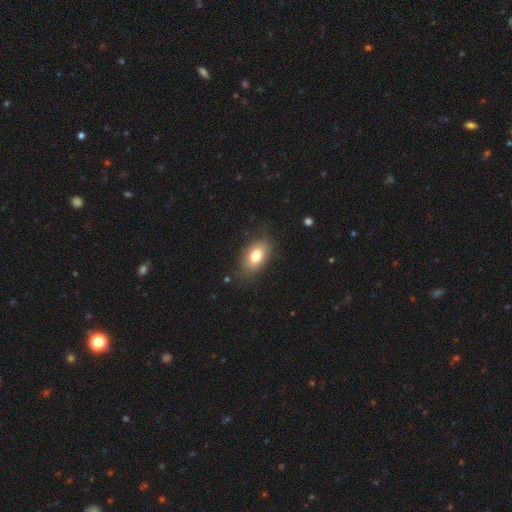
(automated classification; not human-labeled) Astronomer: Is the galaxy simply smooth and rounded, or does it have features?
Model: smooth — 78%.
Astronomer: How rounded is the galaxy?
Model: in between — 89%.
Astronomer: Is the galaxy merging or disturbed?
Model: none — 80%.